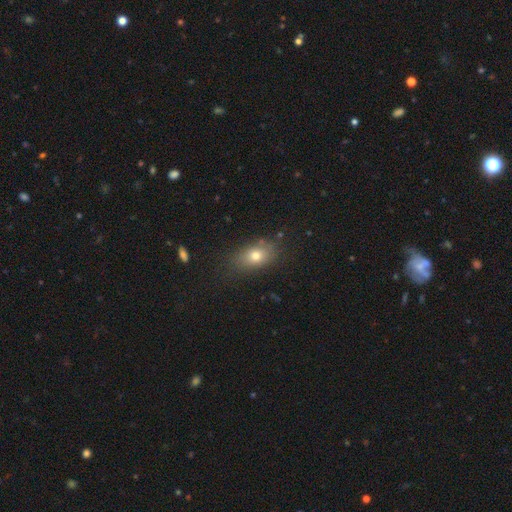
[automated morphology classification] A smooth galaxy with no disk features (75%) that is in between round and cigar-shaped (80%).

Vote fractions:
- Smooth or featured? smooth: 75% / featured or disk: 14% / star or artifact: 11%
- How rounded? in between: 80% / round: 17% / cigar-shaped: 3%
- Merging? none: 75% / minor disturbance: 17% / major disturbance: 6% / merger: 3%